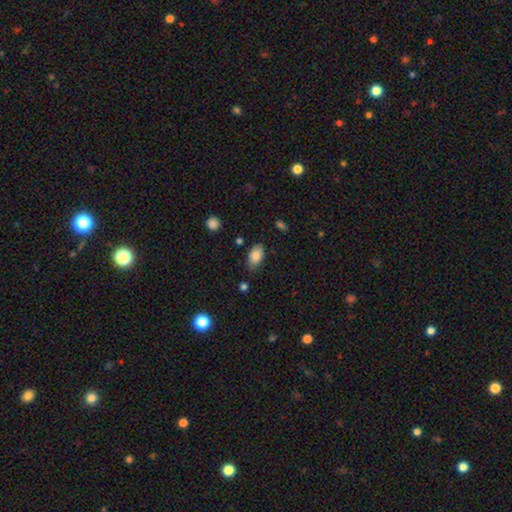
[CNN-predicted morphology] Smooth or featured: smooth — 85% (star or artifact — 8%)
How rounded: in between — 92% (round — 6%)
Merging: none — 73% (minor disturbance — 20%)